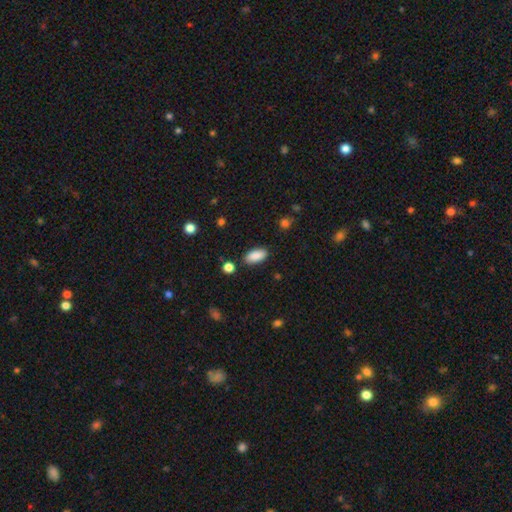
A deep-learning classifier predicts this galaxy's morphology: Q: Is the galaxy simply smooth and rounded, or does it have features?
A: smooth — 89%.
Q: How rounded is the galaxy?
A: in between — 90%.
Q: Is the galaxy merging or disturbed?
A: none — 86%.